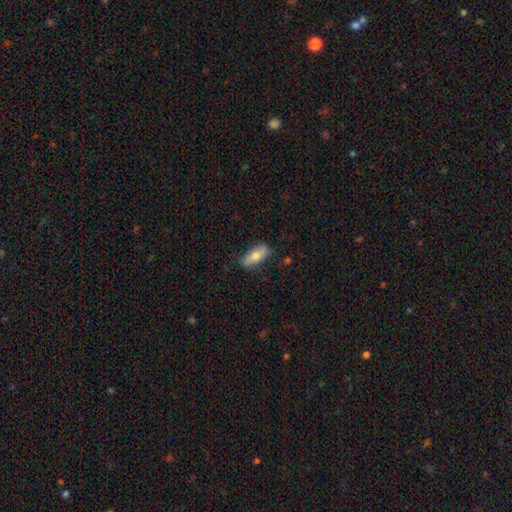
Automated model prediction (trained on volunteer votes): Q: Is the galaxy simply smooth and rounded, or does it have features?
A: smooth — 66%.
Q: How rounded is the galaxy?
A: in between — 74%.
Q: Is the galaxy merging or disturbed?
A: none — 80%.